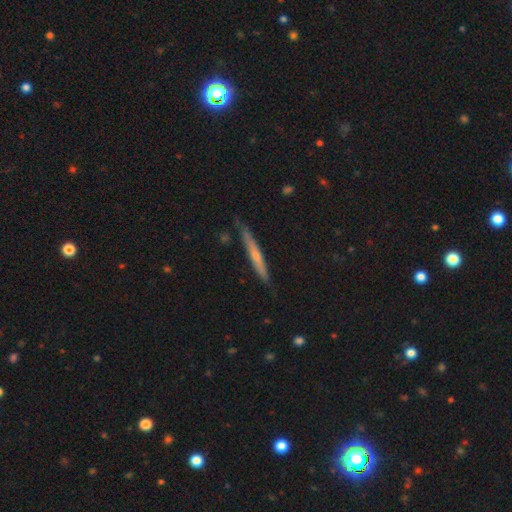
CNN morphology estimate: Q: Smooth or featured?
A: featured or disk (55%); runner-up: smooth (39%)
Q: Edge-on disk?
A: yes (95%); runner-up: no (5%)
Q: Edge-on bulge?
A: rounded (52%); runner-up: none (44%)
Q: Merging?
A: none (82%); runner-up: minor disturbance (15%)